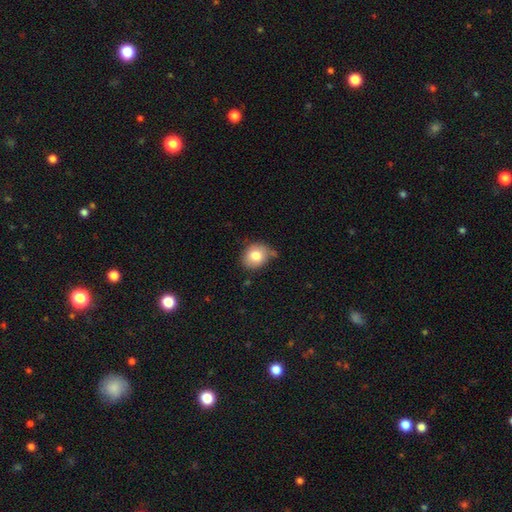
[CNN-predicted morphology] Overall: smooth (79%). How rounded: round (63%; in between 36%). Merging: none (66%).